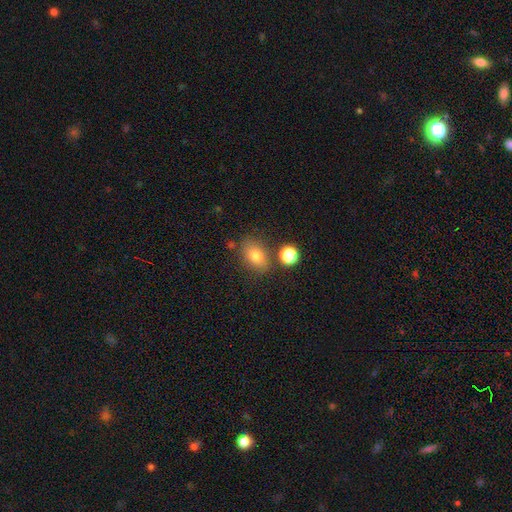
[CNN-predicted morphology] Smooth or featured? Predicted: smooth (p=0.81). How rounded? Predicted: in between (p=0.79). Merging? Predicted: none (p=0.73).